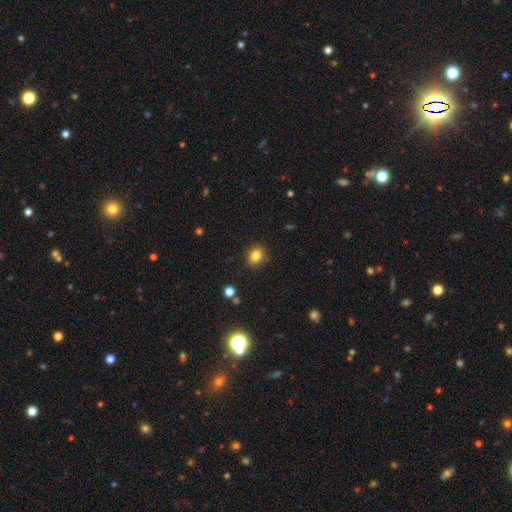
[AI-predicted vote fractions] Q: Smooth or featured?
A: smooth (83%); runner-up: star or artifact (11%)
Q: How rounded?
A: round (58%); runner-up: in between (41%)
Q: Merging?
A: none (86%); runner-up: minor disturbance (10%)